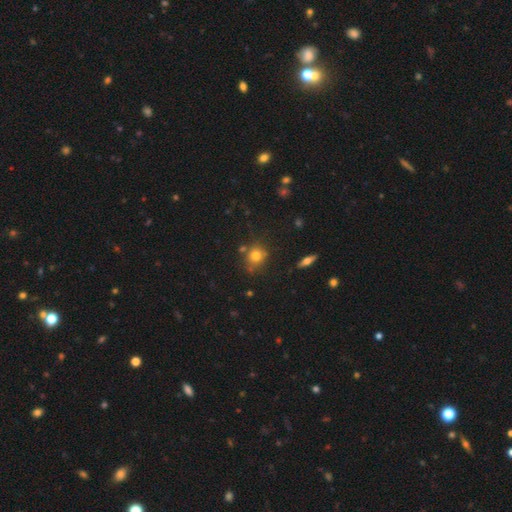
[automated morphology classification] Smooth or featured?
  - smooth: 76% *
  - star or artifact: 13%
  - featured or disk: 11%
How rounded?
  - round: 79% *
  - in between: 19%
  - cigar-shaped: 1%
Merging?
  - none: 71% *
  - minor disturbance: 15%
  - merger: 9%
  - major disturbance: 4%